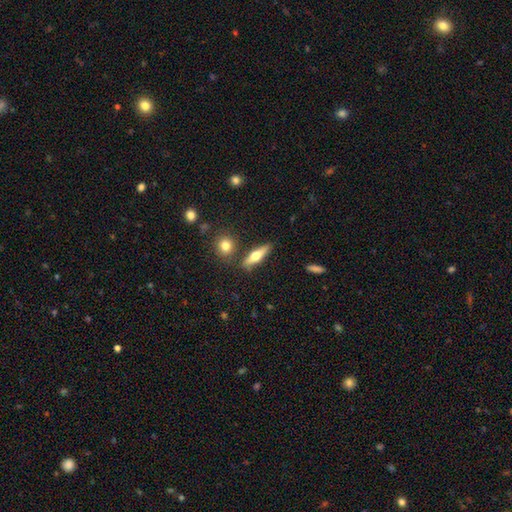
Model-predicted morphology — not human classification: smooth_or_featured: smooth (p=0.51) [alt: featured or disk p=0.42]
how_rounded: cigar-shaped (p=0.62) [alt: in between p=0.34]
merging: none (p=0.80) [alt: minor disturbance p=0.11]